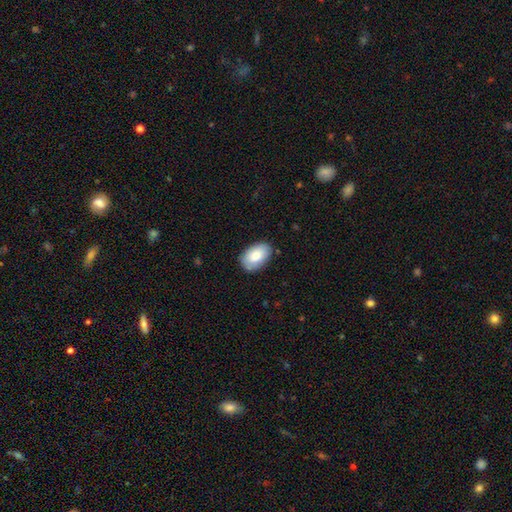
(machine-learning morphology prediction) smooth_or_featured: smooth (p=0.82) [alt: featured or disk p=0.12]
how_rounded: in between (p=0.92) [alt: round p=0.07]
merging: none (p=0.81) [alt: minor disturbance p=0.15]